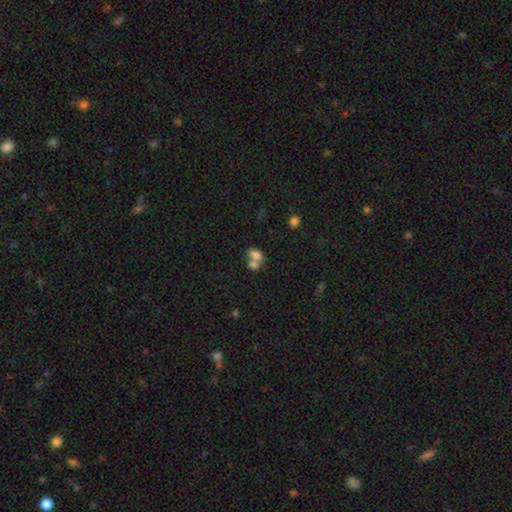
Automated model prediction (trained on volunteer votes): A smooth galaxy with no disk features (73%) that is in between round and cigar-shaped (76%). Merging: merger (65%).